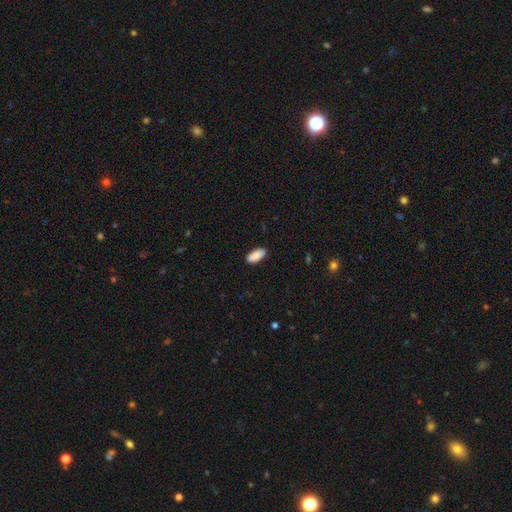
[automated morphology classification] A smooth galaxy with no disk features (90%) that is in between round and cigar-shaped (87%). Merging: none (88%).